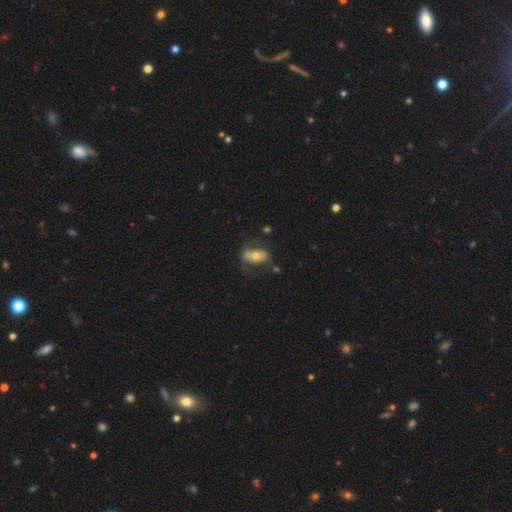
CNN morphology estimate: Smooth or featured: smooth — 51% (featured or disk — 41%)
How rounded: in between — 87% (cigar-shaped — 7%)
Merging: none — 61% (minor disturbance — 23%)